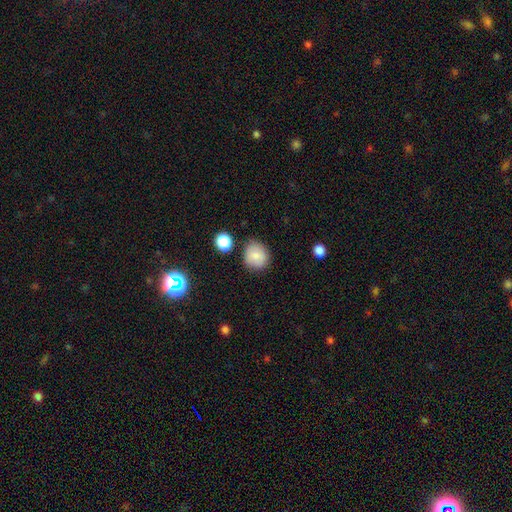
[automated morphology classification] smooth 80%, star or artifact 10%, featured or disk 10%. Down the decision tree: how rounded — round (82%); merging — none (79%).